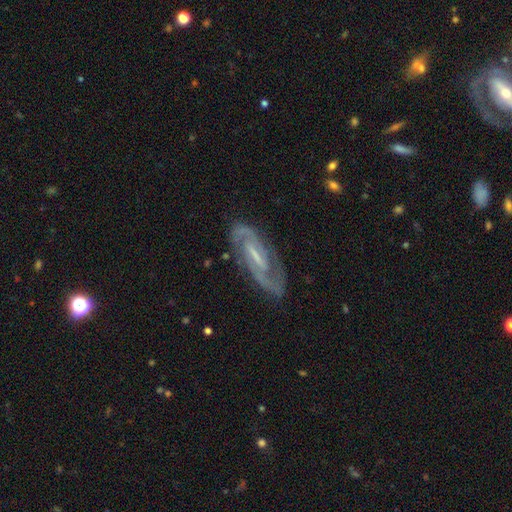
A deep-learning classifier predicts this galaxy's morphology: smooth_or_featured: featured or disk (p=0.88) [alt: smooth p=0.07]
disk_edge_on: no (p=0.93) [alt: yes p=0.07]
bar: weak (p=0.44) [alt: strong p=0.42]
has_spiral_arms: yes (p=0.96) [alt: no p=0.04]
spiral_winding: medium (p=0.51) [alt: tight p=0.35]
spiral_arm_count: 2 (p=0.88) [alt: can't tell p=0.06]
bulge_size: small (p=0.54) [alt: moderate p=0.22]
merging: none (p=0.80) [alt: minor disturbance p=0.14]